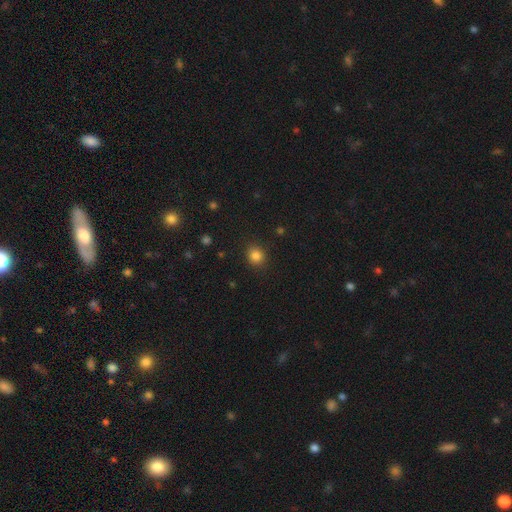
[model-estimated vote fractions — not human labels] Smooth or featured: smooth — 84% (star or artifact — 12%)
How rounded: round — 76% (in between — 23%)
Merging: none — 88% (minor disturbance — 8%)